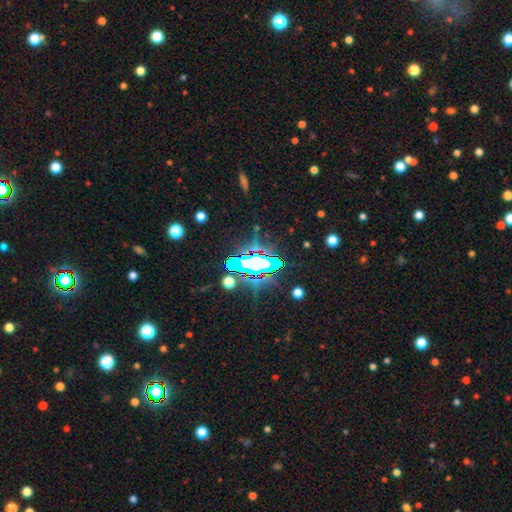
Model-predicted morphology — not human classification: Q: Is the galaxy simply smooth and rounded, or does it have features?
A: star or artifact — 66%.